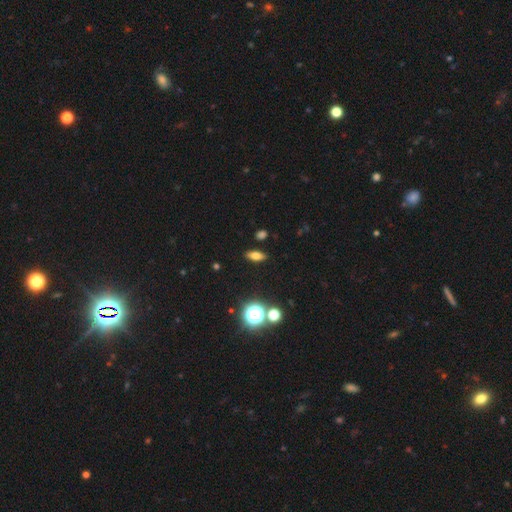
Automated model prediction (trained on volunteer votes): This appears to be a smooth galaxy with no disk features (68%) that is in between round and cigar-shaped (71%). Merging: none (88%).